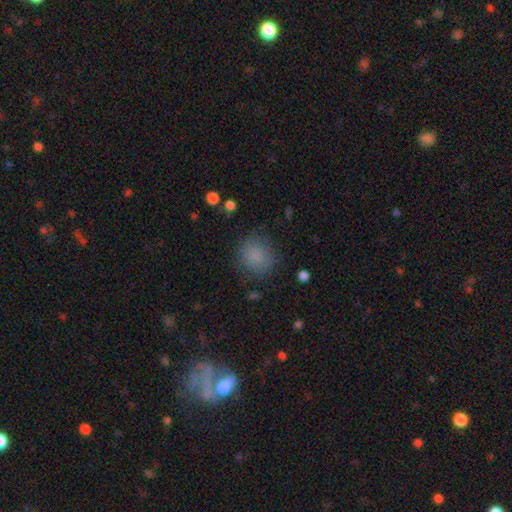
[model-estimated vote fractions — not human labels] This is clearly a smooth galaxy (83%). How rounded: clearly round (83%). Merging: clearly none (80%).